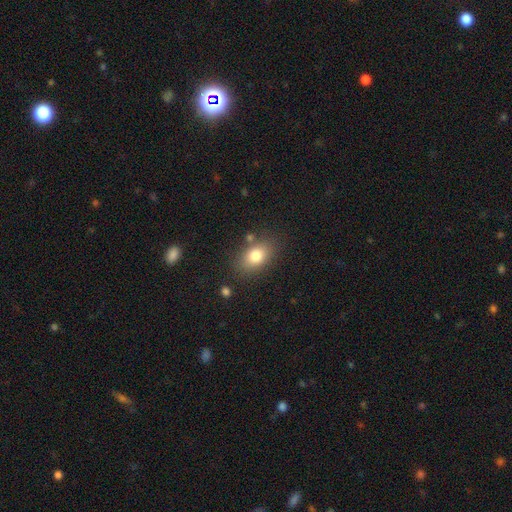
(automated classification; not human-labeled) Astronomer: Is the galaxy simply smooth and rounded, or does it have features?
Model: smooth — 80%.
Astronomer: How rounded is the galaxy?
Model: in between — 77%.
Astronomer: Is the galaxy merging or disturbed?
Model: none — 78%.